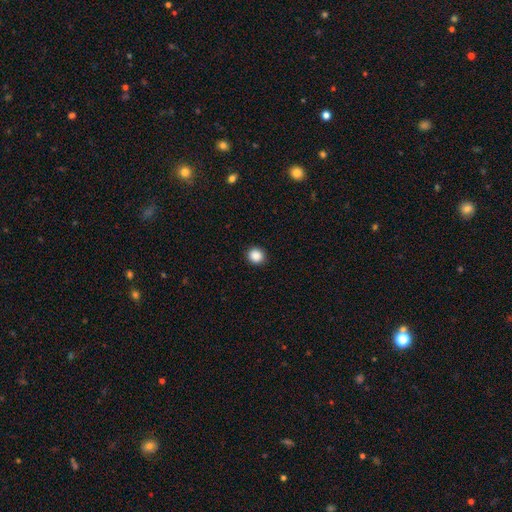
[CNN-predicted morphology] Smooth or featured?
  - smooth: 88% *
  - star or artifact: 9%
  - featured or disk: 2%
How rounded?
  - round: 85% *
  - in between: 14%
  - cigar-shaped: 1%
Merging?
  - none: 92% *
  - minor disturbance: 5%
  - major disturbance: 2%
  - merger: 1%